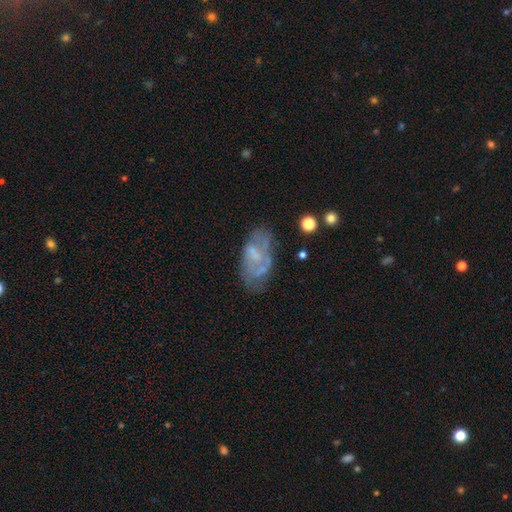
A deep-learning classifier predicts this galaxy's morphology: type=featured or disk (60%); edge-on=no (95%); bar=no (59%); spiral arms=no (54%); bulge=none (45%); merging=none (49%).